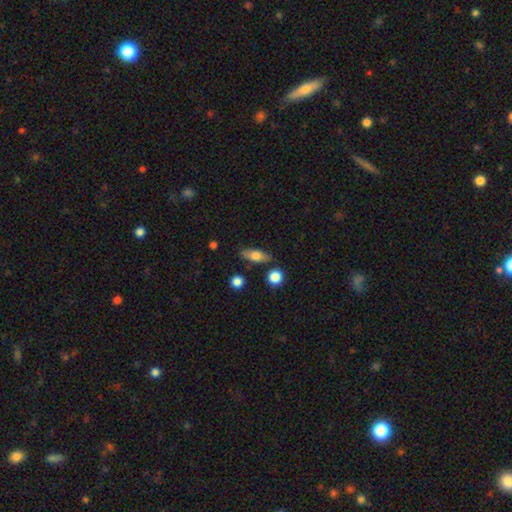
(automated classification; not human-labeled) This is likely a smooth galaxy (67%). How rounded: likely in between (67%). Merging: likely none (79%).